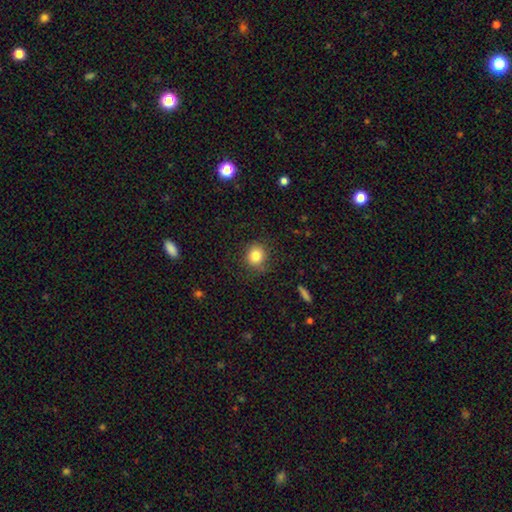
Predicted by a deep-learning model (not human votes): Q: Smooth or featured?
A: smooth (82%); runner-up: star or artifact (11%)
Q: How rounded?
A: round (85%); runner-up: in between (14%)
Q: Merging?
A: none (82%); runner-up: minor disturbance (13%)